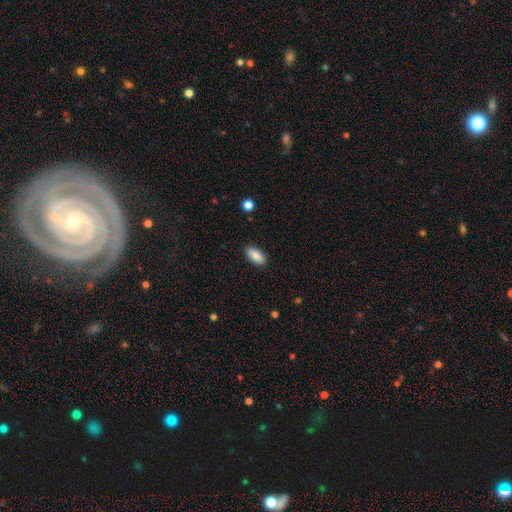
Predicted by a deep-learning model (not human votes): smooth_or_featured: smooth (p=0.87) [alt: star or artifact p=0.07]
how_rounded: in between (p=0.90) [alt: cigar-shaped p=0.08]
merging: none (p=0.89) [alt: minor disturbance p=0.08]